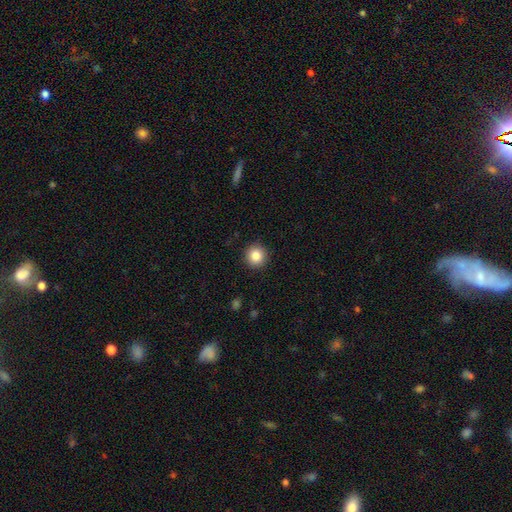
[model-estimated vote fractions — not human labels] Morphology: type=smooth (85%); roundness=round (94%); merging=none (92%).